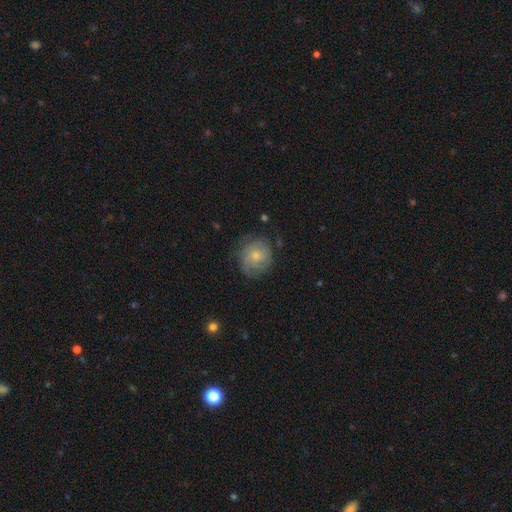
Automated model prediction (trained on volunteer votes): A smooth galaxy with no disk features (47%).

Vote fractions:
- Smooth or featured? smooth: 47% / featured or disk: 46% / star or artifact: 8%
- Merging? none: 66% / minor disturbance: 23% / major disturbance: 9% / merger: 2%